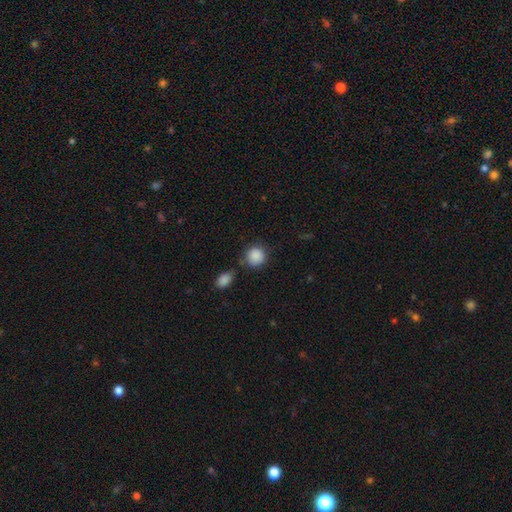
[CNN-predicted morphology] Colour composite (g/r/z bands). It shows a smooth galaxy with no disk features (89%) that is round (88%). Merging: none (73%).